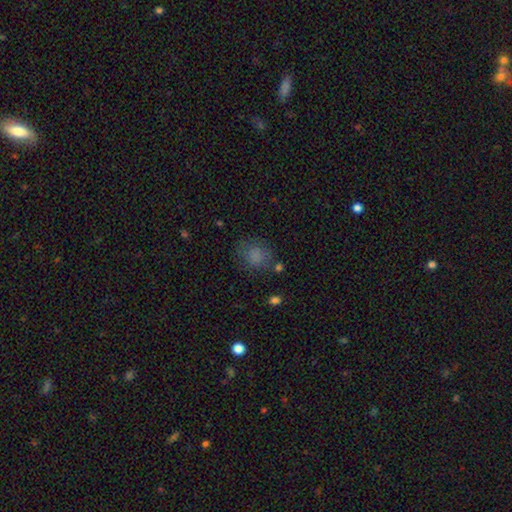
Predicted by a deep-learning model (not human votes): Smooth or featured: smooth — 77% (star or artifact — 14%)
How rounded: round — 71% (in between — 28%)
Merging: none — 68% (minor disturbance — 19%)